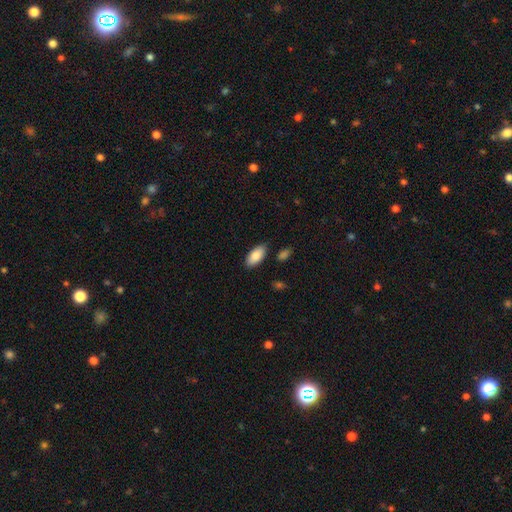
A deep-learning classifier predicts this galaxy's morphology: A smooth galaxy with no disk features (86%) that is in between round and cigar-shaped (92%).

Vote fractions:
- Smooth or featured? smooth: 86% / featured or disk: 8% / star or artifact: 6%
- How rounded? in between: 92% / cigar-shaped: 6% / round: 2%
- Merging? none: 84% / minor disturbance: 11% / merger: 3% / major disturbance: 2%